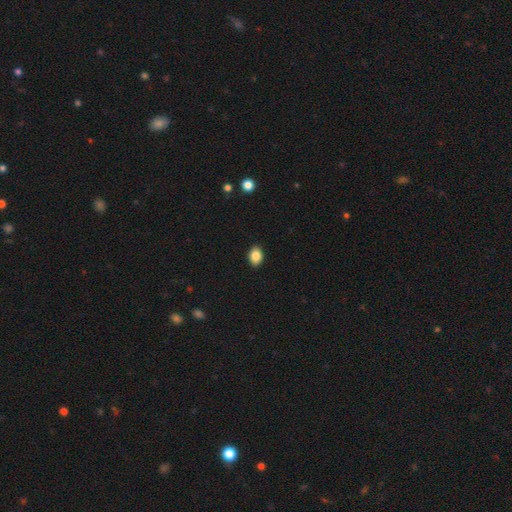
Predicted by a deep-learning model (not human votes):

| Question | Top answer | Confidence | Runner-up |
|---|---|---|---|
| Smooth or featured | smooth | 86% | star or artifact (8%) |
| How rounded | in between | 77% | round (22%) |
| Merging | none | 90% | minor disturbance (7%) |